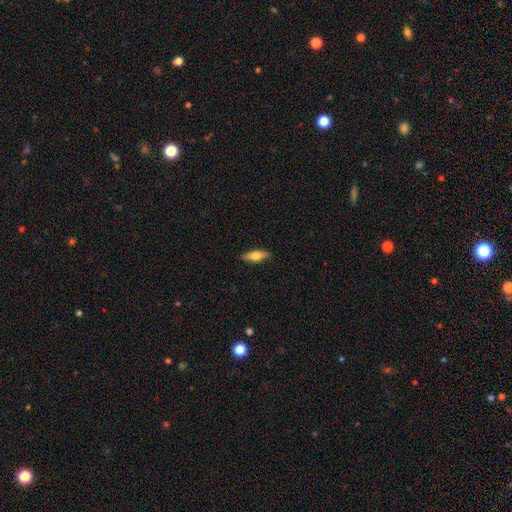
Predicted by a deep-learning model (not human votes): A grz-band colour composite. It shows a smooth galaxy with no disk features (61%) that is in between round and cigar-shaped (61%). Merging: none (87%).